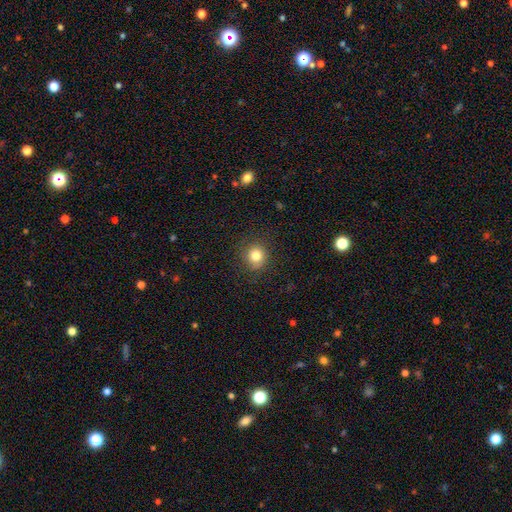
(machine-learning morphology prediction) smooth-or-featured: smooth: 81% | star or artifact: 12% | featured or disk: 8%
  how-rounded: round: 88% | in between: 11% | cigar-shaped: 1%
  merging: none: 85% | minor disturbance: 10% | major disturbance: 4% | merger: 1%